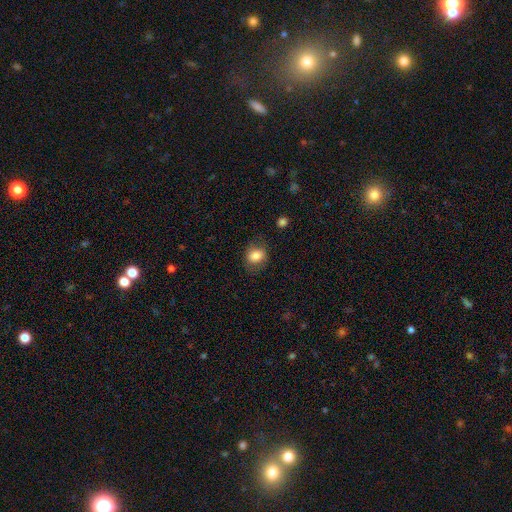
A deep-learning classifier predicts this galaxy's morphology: Q: Smooth or featured?
A: smooth (81%); runner-up: featured or disk (10%)
Q: How rounded?
A: round (52%); runner-up: in between (47%)
Q: Merging?
A: none (74%); runner-up: minor disturbance (18%)